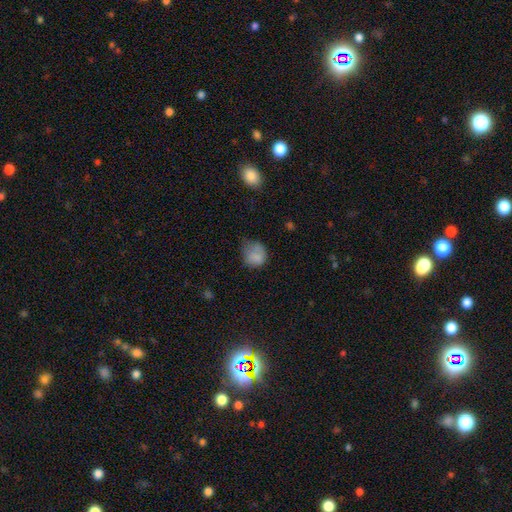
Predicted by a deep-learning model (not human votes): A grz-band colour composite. It shows a smooth galaxy with no disk features (79%) that is round (68%). Merging: none (39%).